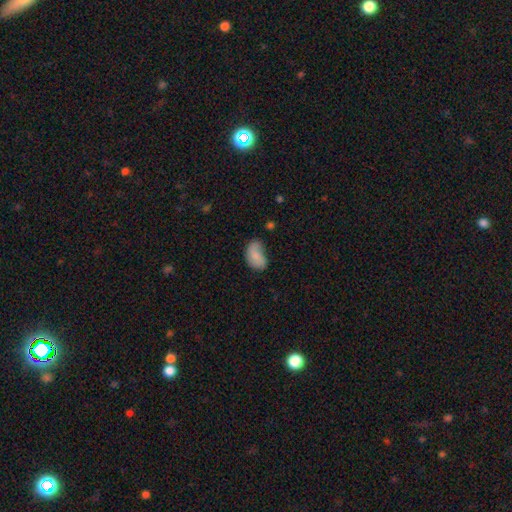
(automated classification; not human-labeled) Smooth or featured? smooth (73%)
How rounded? in between (89%)
Merging? none (42%)